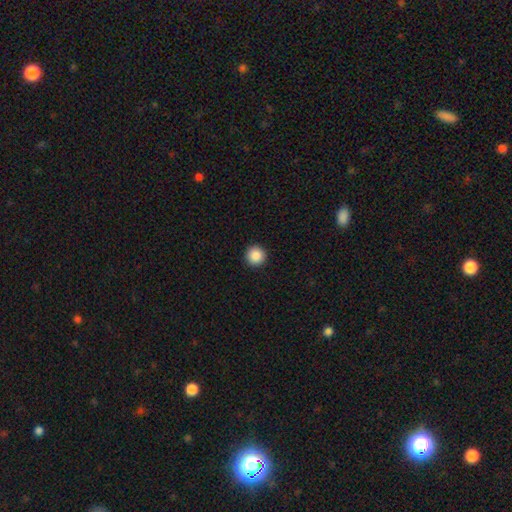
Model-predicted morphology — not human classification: smooth 88%, star or artifact 9%, featured or disk 3%. Down the decision tree: how rounded — round (96%); merging — none (94%).